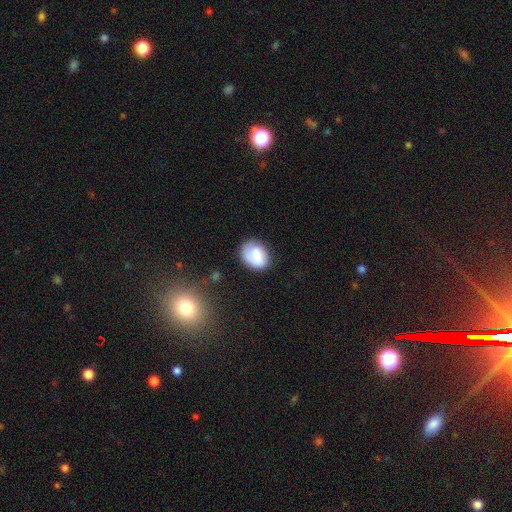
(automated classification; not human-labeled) Smooth or featured: smooth — 67% (featured or disk — 25%)
How rounded: in between — 62% (round — 37%)
Merging: none — 67% (minor disturbance — 22%)